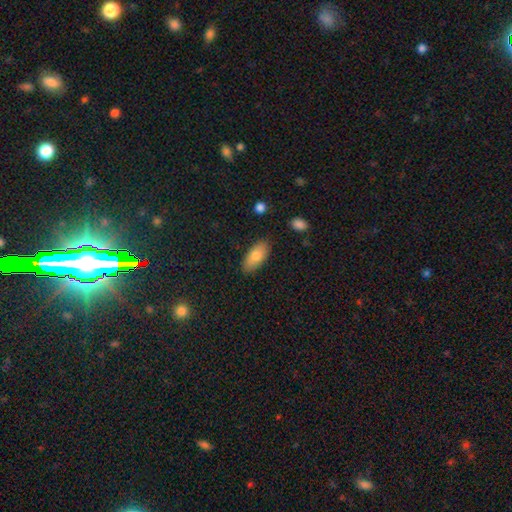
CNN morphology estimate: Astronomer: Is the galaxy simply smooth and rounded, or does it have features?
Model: smooth — 81%.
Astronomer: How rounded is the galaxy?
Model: in between — 88%.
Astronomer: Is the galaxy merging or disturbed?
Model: none — 85%.